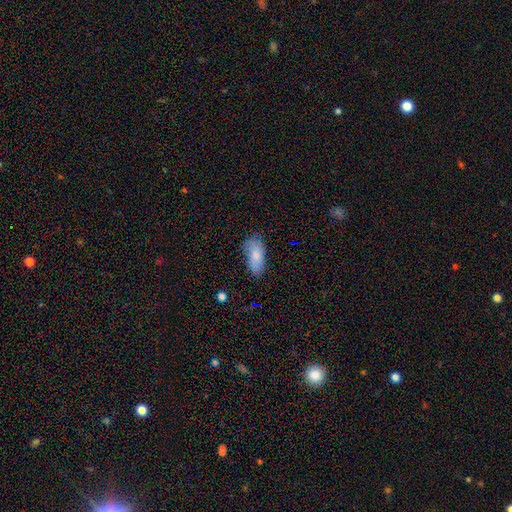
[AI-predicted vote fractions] A smooth galaxy with no disk features (80%) that is in between round and cigar-shaped (86%). Merging: none (66%).